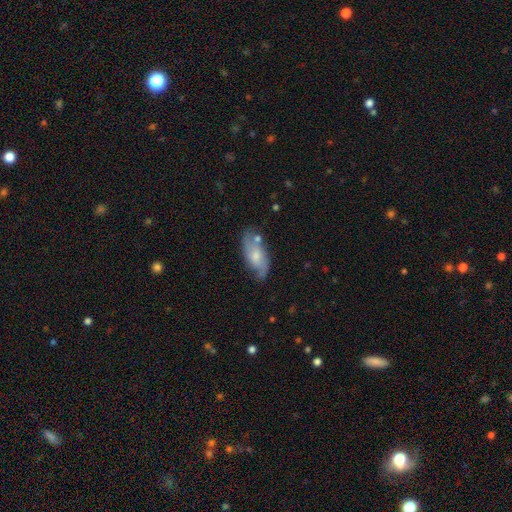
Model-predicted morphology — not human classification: A featured or disk galaxy (53%).

Vote fractions:
- Smooth or featured? featured or disk: 53% / smooth: 40% / star or artifact: 7%
- Edge-on disk? no: 88% / yes: 12%
- Merging? none: 61% / minor disturbance: 24% / merger: 8% / major disturbance: 7%